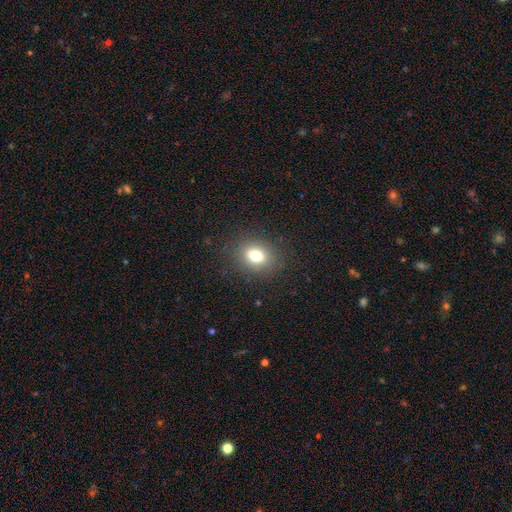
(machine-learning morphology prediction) A smooth galaxy with no disk features (77%) that is in between round and cigar-shaped (51%).

Vote fractions:
- Smooth or featured? smooth: 77% / star or artifact: 13% / featured or disk: 10%
- How rounded? in between: 51% / round: 48% / cigar-shaped: 1%
- Merging? none: 86% / minor disturbance: 9% / major disturbance: 4% / merger: 1%